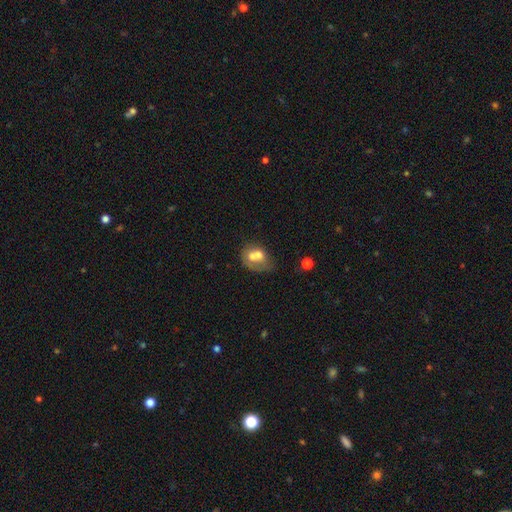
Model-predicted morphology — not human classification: Smooth or featured?
  - smooth: 57% *
  - featured or disk: 34%
  - star or artifact: 9%
How rounded?
  - in between: 59% *
  - round: 40%
  - cigar-shaped: 1%
Merging?
  - merger: 56% *
  - none: 20%
  - major disturbance: 12%
  - minor disturbance: 12%